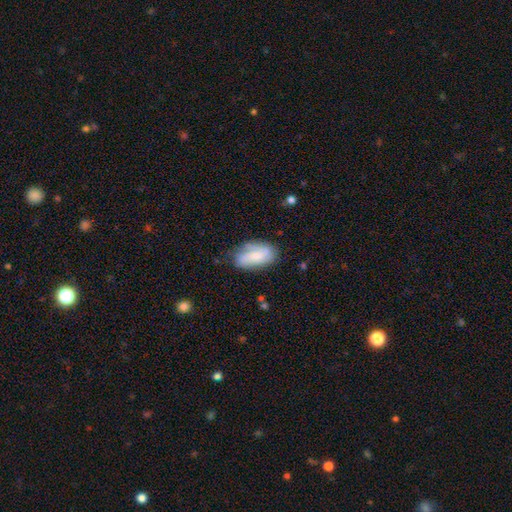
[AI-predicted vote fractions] A smooth galaxy with no disk features (55%) that is in between round and cigar-shaped (91%). Merging: none (64%).